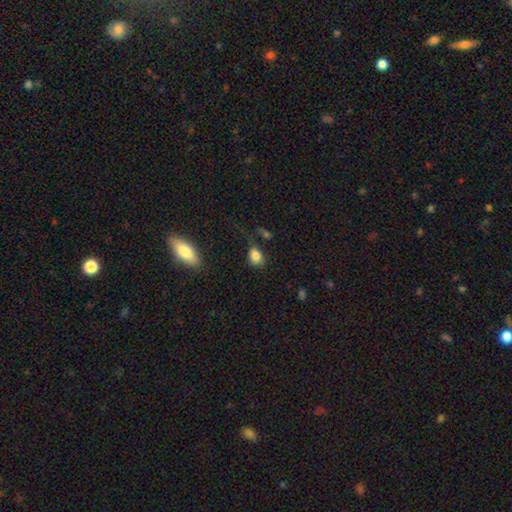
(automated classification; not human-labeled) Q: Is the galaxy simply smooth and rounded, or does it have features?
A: smooth — 85%.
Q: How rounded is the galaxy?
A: in between — 65%.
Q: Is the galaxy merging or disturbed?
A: none — 61%.